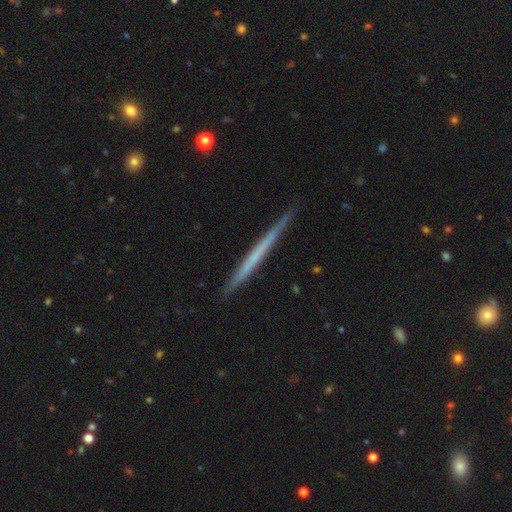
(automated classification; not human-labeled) Smooth or featured?
  - featured or disk: 53% *
  - smooth: 41%
  - star or artifact: 5%
Edge-on disk?
  - yes: 98% *
  - no: 2%
Edge-on bulge?
  - none: 93% *
  - rounded: 5%
  - boxy: 3%
Merging?
  - none: 90% *
  - minor disturbance: 8%
  - major disturbance: 1%
  - merger: 1%